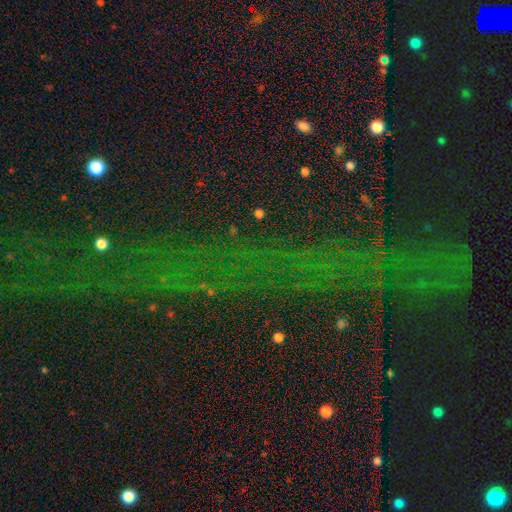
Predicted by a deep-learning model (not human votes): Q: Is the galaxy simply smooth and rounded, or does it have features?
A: star or artifact — 76%.